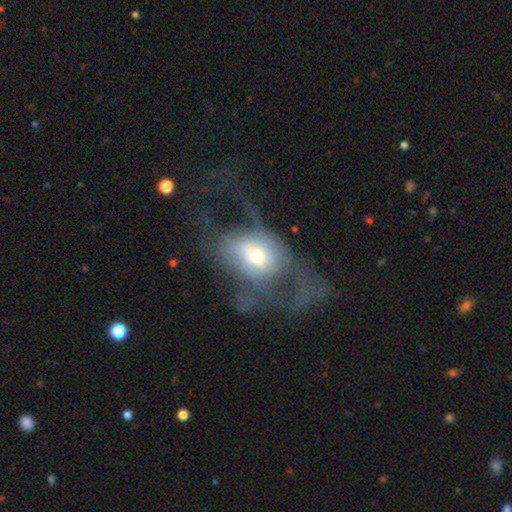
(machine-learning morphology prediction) The model was most divided on "smooth or featured": smooth: 46%, featured or disk: 44%, star or artifact: 10%. More confident: merging — major disturbance (66%).